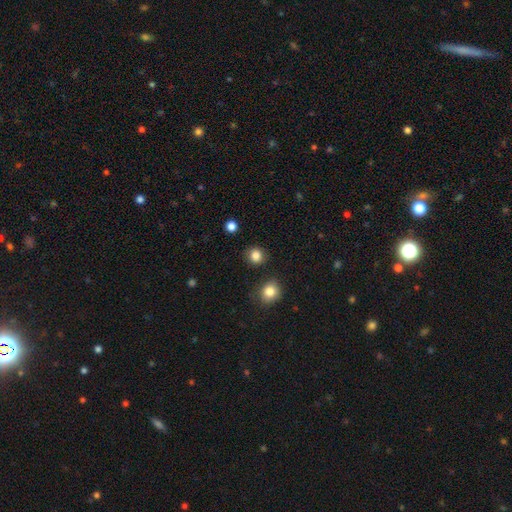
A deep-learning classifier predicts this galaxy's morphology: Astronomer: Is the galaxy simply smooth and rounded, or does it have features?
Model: smooth — 85%.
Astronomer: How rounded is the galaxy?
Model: round — 87%.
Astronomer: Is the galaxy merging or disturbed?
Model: none — 88%.